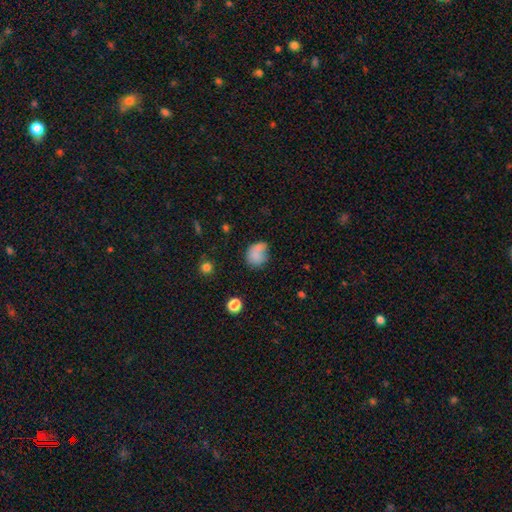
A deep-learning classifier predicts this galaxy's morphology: A smooth galaxy with no disk features (77%) that is round (53%).

Vote fractions:
- Smooth or featured? smooth: 77% / featured or disk: 12% / star or artifact: 11%
- How rounded? round: 53% / in between: 46% / cigar-shaped: 1%
- Merging? none: 45% / minor disturbance: 30% / major disturbance: 19% / merger: 6%